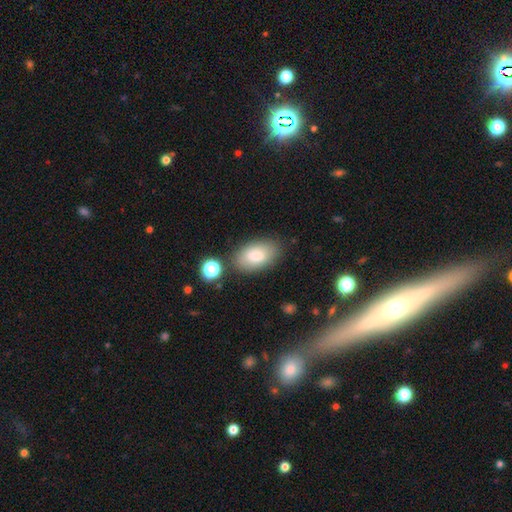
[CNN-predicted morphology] smooth-or-featured: smooth: 82% | featured or disk: 10% | star or artifact: 8%
  how-rounded: in between: 92% | round: 7% | cigar-shaped: 1%
  merging: none: 77% | minor disturbance: 14% | merger: 6% | major disturbance: 4%